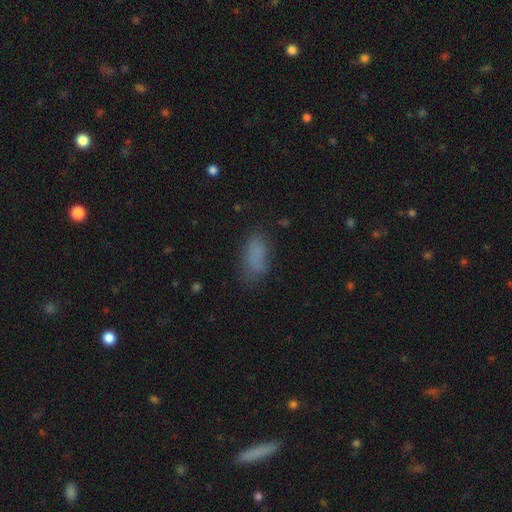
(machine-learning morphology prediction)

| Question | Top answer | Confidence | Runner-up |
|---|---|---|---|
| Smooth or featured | smooth | 82% | star or artifact (11%) |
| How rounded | in between | 85% | cigar-shaped (11%) |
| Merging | none | 68% | minor disturbance (21%) |